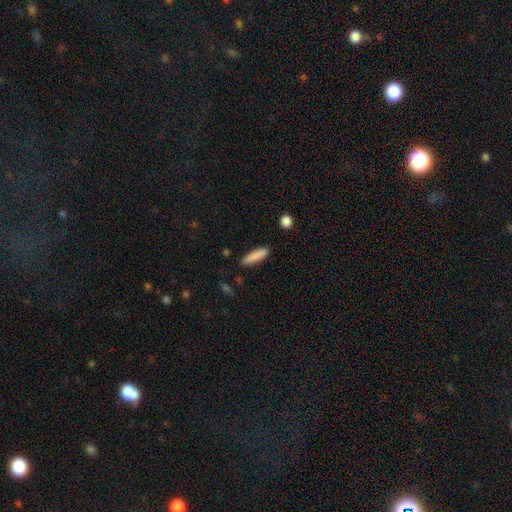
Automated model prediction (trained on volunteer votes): Smooth or featured?
  - smooth: 86% *
  - featured or disk: 7%
  - star or artifact: 6%
How rounded?
  - cigar-shaped: 75% *
  - in between: 23%
  - round: 1%
Merging?
  - none: 88% *
  - minor disturbance: 9%
  - major disturbance: 2%
  - merger: 2%